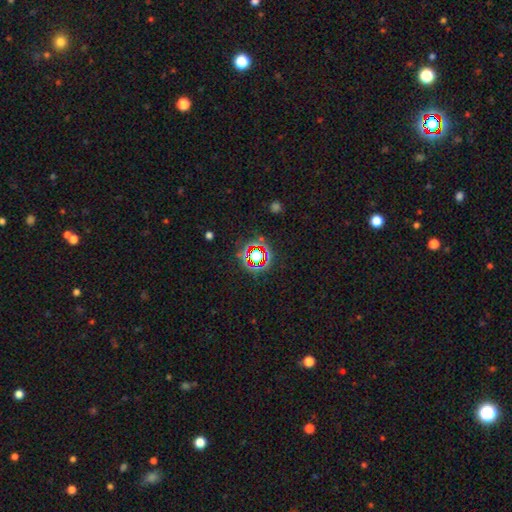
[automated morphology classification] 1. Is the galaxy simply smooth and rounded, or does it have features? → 68% star or artifact, 19% smooth, 12% featured or disk.